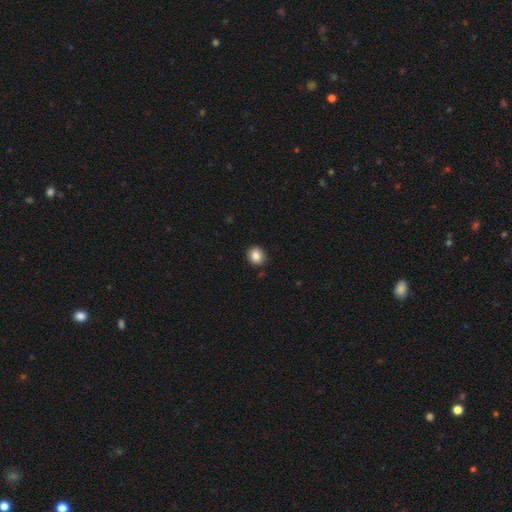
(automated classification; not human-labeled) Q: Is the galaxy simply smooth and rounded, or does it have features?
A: smooth — 85%.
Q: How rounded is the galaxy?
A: round — 75%.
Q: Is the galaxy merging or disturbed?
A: none — 90%.